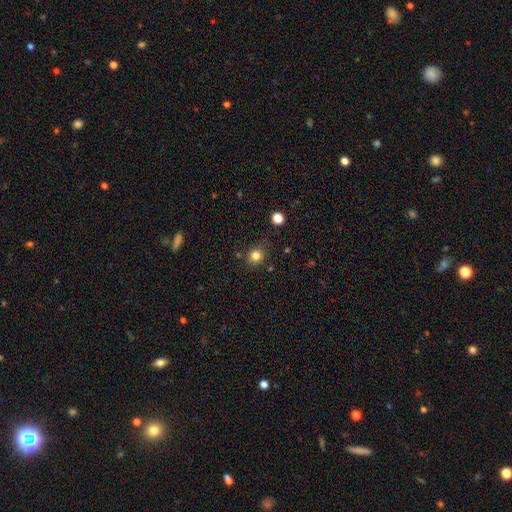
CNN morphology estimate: smooth_or_featured: smooth (p=0.81) [alt: star or artifact p=0.13]
how_rounded: round (p=0.83) [alt: in between p=0.16]
merging: none (p=0.83) [alt: minor disturbance p=0.11]